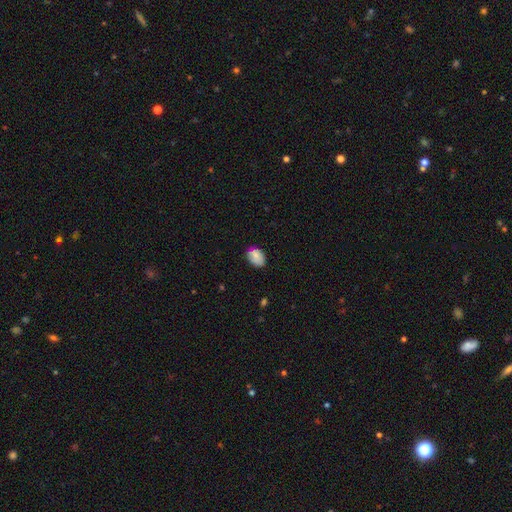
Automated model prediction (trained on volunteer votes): Q: Smooth or featured?
A: smooth (80%); runner-up: featured or disk (12%)
Q: How rounded?
A: in between (81%); runner-up: round (18%)
Q: Merging?
A: none (74%); runner-up: minor disturbance (21%)